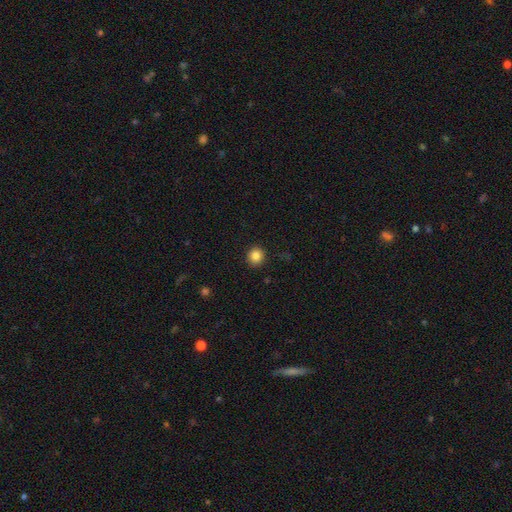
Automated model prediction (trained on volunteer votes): A smooth galaxy with no disk features (85%) that is round (87%). Merging: none (92%).